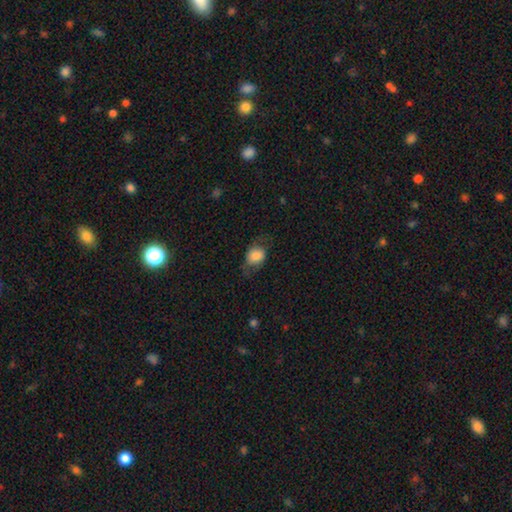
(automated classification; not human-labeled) Smooth or featured?
  - smooth: 78% *
  - featured or disk: 14%
  - star or artifact: 8%
How rounded?
  - in between: 52% *
  - round: 47%
  - cigar-shaped: 1%
Merging?
  - none: 58% *
  - minor disturbance: 26%
  - major disturbance: 14%
  - merger: 1%